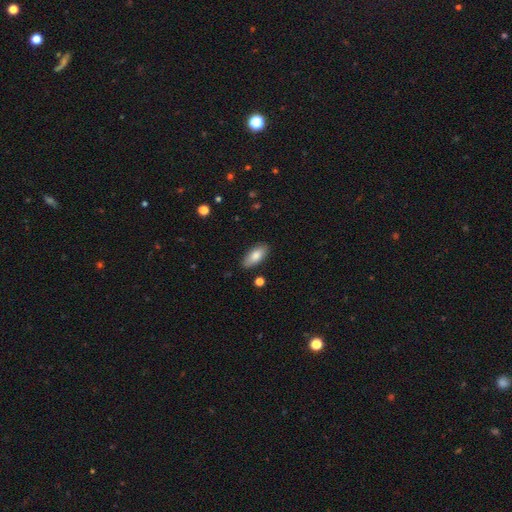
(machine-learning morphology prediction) A smooth galaxy with no disk features (81%) that is in between round and cigar-shaped (85%).

Vote fractions:
- Smooth or featured? smooth: 81% / featured or disk: 13% / star or artifact: 6%
- How rounded? in between: 85% / cigar-shaped: 12% / round: 2%
- Merging? none: 87% / minor disturbance: 10% / major disturbance: 2% / merger: 2%